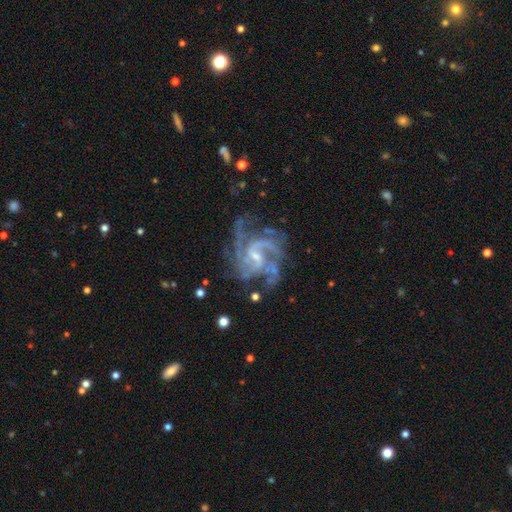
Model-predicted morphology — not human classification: Q: Smooth or featured?
A: featured or disk (91%); runner-up: star or artifact (6%)
Q: Edge-on disk?
A: no (98%); runner-up: yes (2%)
Q: Bar?
A: weak (52%); runner-up: no (32%)
Q: Spiral arms?
A: yes (98%); runner-up: no (2%)
Q: Spiral winding?
A: medium (55%); runner-up: tight (31%)
Q: Spiral arm count?
A: 3 (35%); runner-up: 2 (22%)
Q: Bulge size?
A: small (65%); runner-up: moderate (27%)
Q: Merging?
A: none (59%); runner-up: minor disturbance (20%)